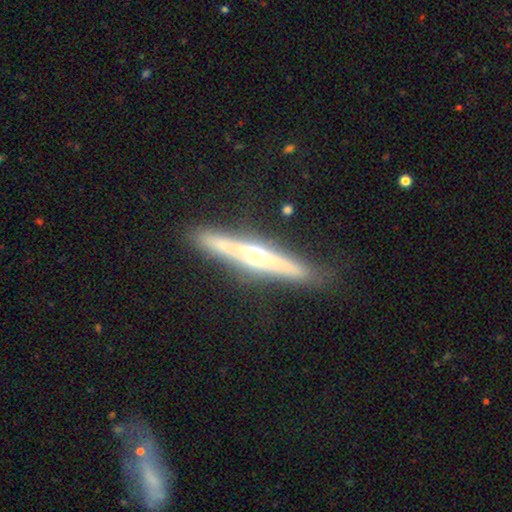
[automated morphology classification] Smooth or featured? Predicted: featured or disk (p=0.71). Edge-on disk? Predicted: yes (p=0.96). Edge-on bulge? Predicted: rounded (p=0.87). Merging? Predicted: none (p=0.83).